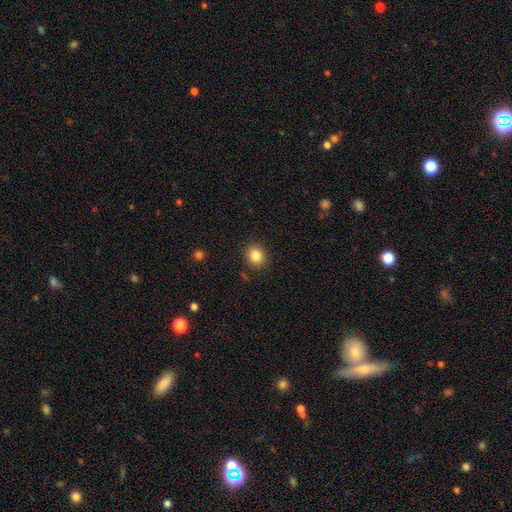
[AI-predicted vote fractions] Overall: smooth (84%). How rounded: round (69%; in between 30%). Merging: none (88%).